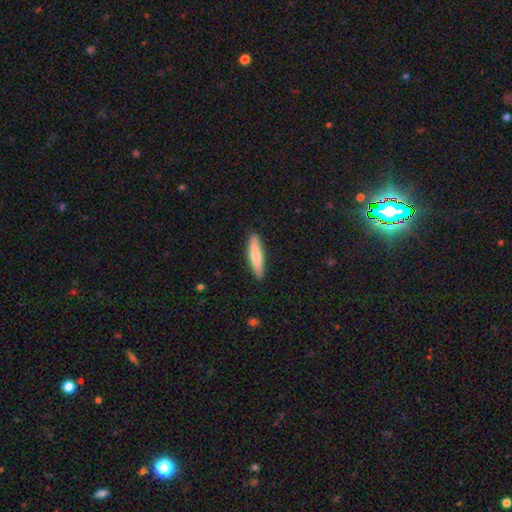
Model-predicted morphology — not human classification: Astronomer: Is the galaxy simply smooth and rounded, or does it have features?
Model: smooth — 72%.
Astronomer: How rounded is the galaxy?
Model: cigar-shaped — 83%.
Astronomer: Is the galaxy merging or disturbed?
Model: none — 88%.